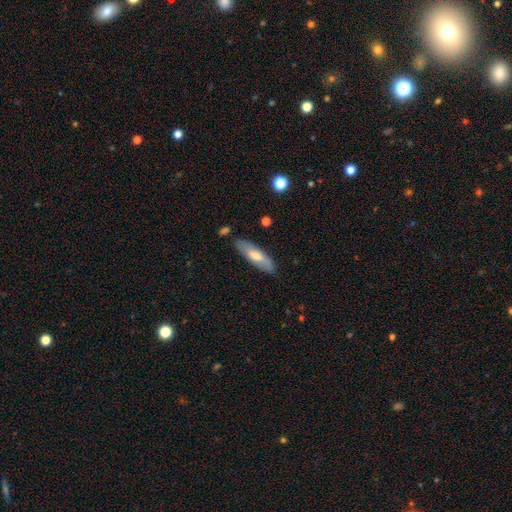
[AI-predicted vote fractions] Smooth or featured? smooth (61%)
How rounded? in between (49%, tied with cigar-shaped)
Merging? none (81%)